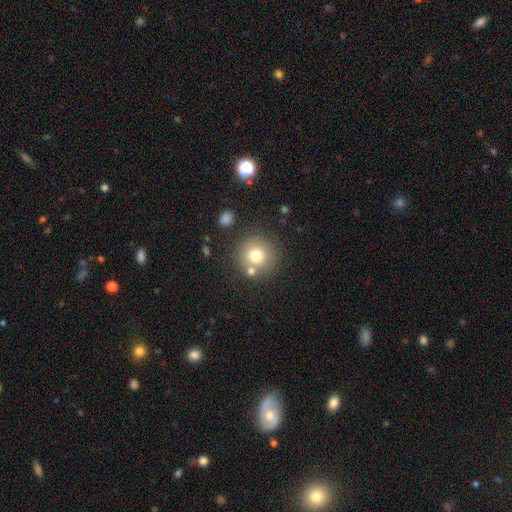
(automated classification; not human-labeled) This is likely a smooth galaxy (73%). How rounded: clearly round (94%). Merging: likely none (74%).